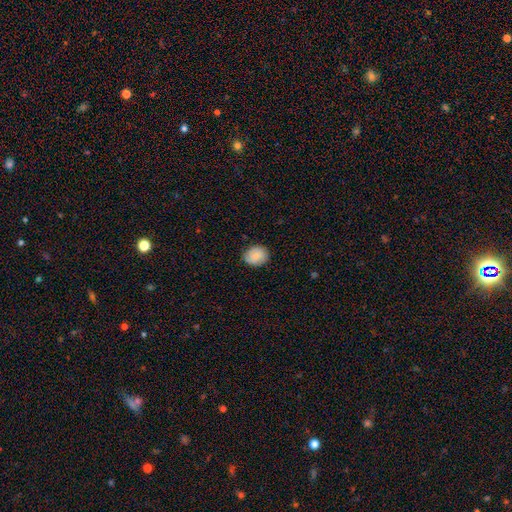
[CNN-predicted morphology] Smooth or featured: smooth — 81% (featured or disk — 11%)
How rounded: round — 56% (in between — 43%)
Merging: none — 83% (minor disturbance — 14%)